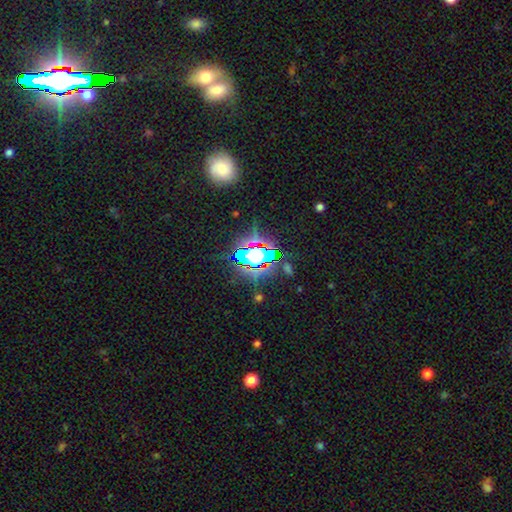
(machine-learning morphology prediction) smooth-or-featured: star or artifact: 68% | smooth: 19% | featured or disk: 13%